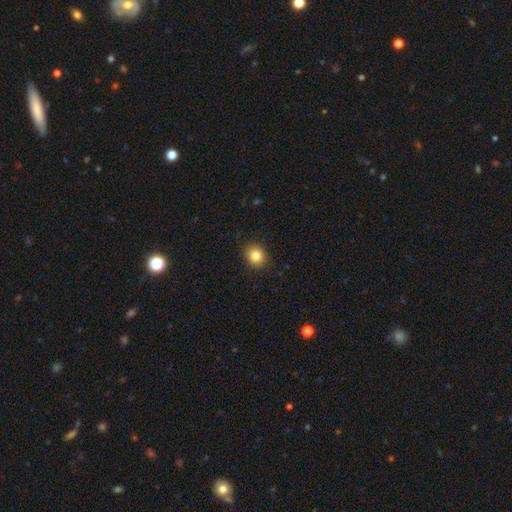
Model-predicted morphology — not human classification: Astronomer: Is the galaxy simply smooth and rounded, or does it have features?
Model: smooth — 84%.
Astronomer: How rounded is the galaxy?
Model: round — 79%.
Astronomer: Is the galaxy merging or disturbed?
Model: none — 90%.